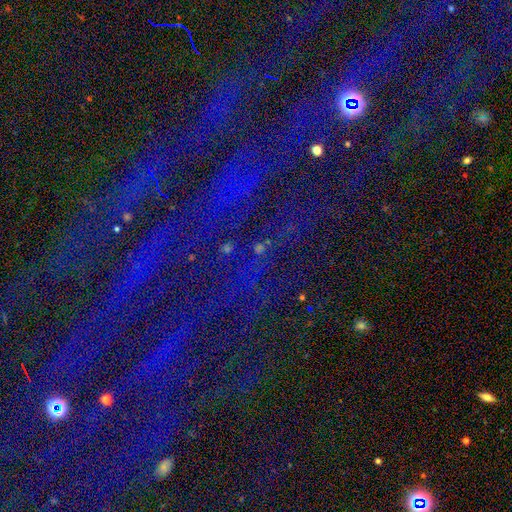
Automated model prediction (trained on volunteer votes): Smooth or featured?
  - star or artifact: 83% *
  - featured or disk: 8%
  - smooth: 8%